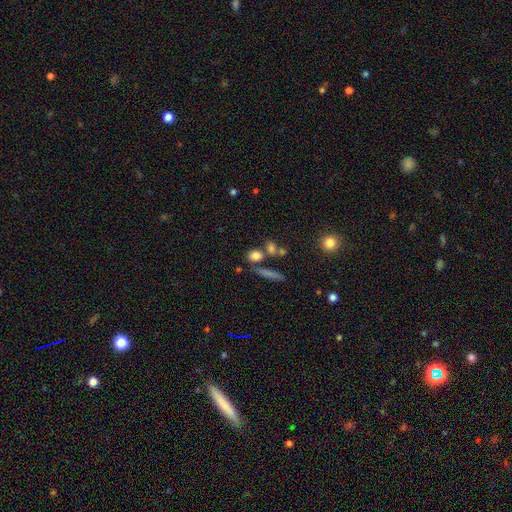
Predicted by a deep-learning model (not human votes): This appears to be a smooth galaxy with no disk features (78%) that is round (48%). Merging: none (62%).